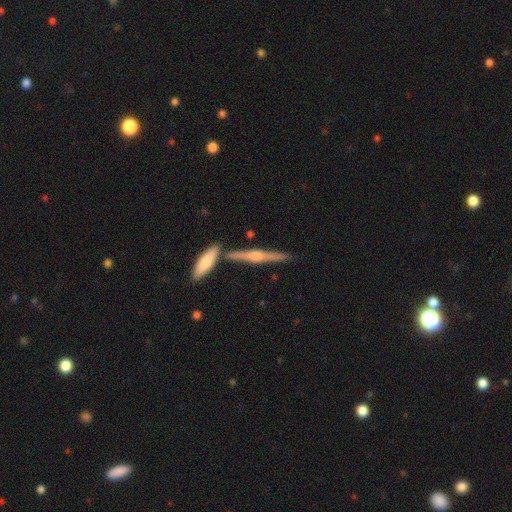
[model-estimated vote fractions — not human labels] The model was most divided on "smooth or featured": featured or disk: 70%, smooth: 24%, star or artifact: 6%. More confident: edge-on disk — yes (97%); edge-on bulge — rounded (85%); merging — none (80%).